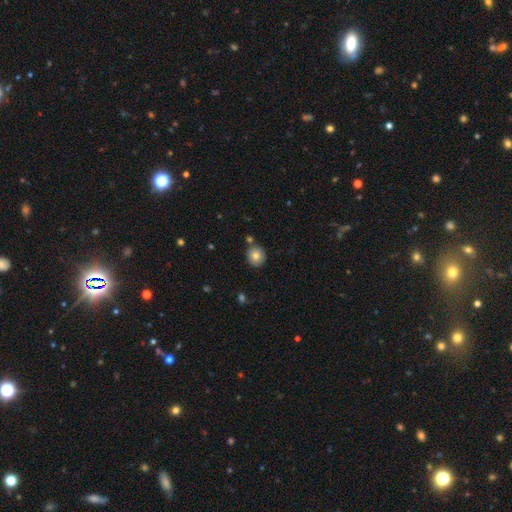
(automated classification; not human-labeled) The model was most divided on "smooth or featured": smooth: 79%, featured or disk: 11%, star or artifact: 10%. More confident: how rounded — round (90%); merging — none (83%).